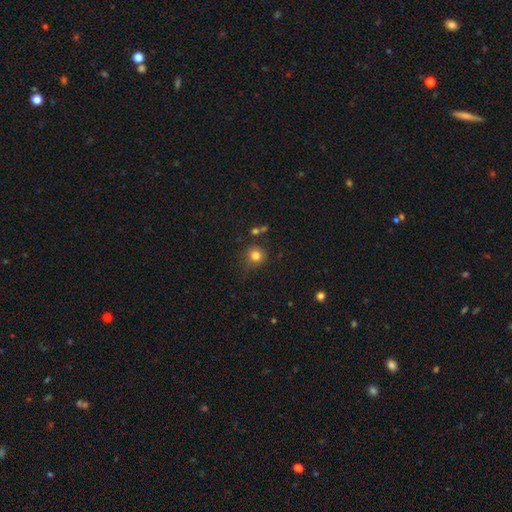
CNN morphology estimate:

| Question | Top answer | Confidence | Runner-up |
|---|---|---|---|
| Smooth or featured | smooth | 80% | star or artifact (13%) |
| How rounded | round | 92% | in between (7%) |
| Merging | none | 75% | minor disturbance (15%) |